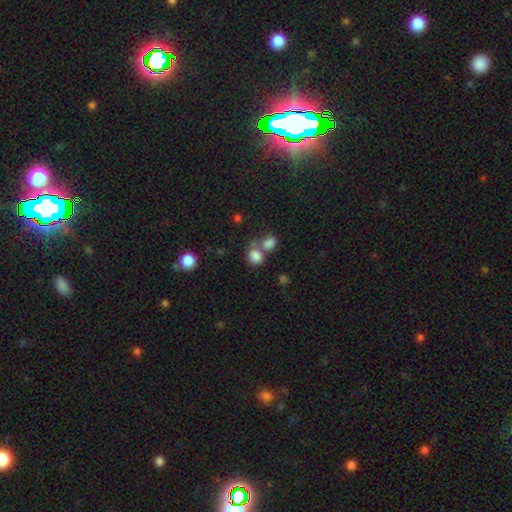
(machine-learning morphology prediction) Q: Smooth or featured?
A: smooth (79%); runner-up: star or artifact (12%)
Q: How rounded?
A: round (65%); runner-up: in between (34%)
Q: Merging?
A: merger (48%); runner-up: none (38%)